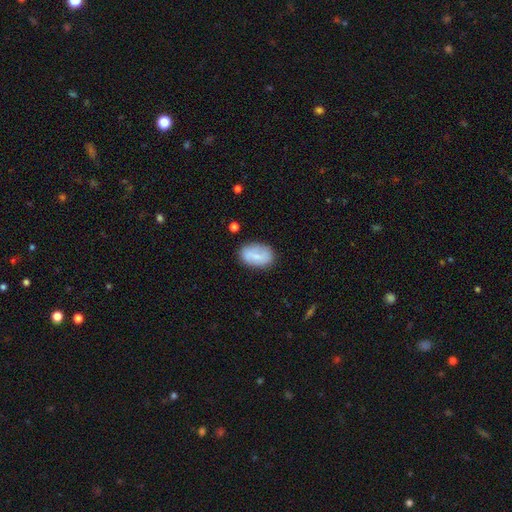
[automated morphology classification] A smooth galaxy with no disk features (70%) that is in between round and cigar-shaped (89%).

Vote fractions:
- Smooth or featured? smooth: 70% / featured or disk: 22% / star or artifact: 7%
- How rounded? in between: 89% / round: 10% / cigar-shaped: 2%
- Merging? none: 75% / minor disturbance: 17% / major disturbance: 4% / merger: 4%